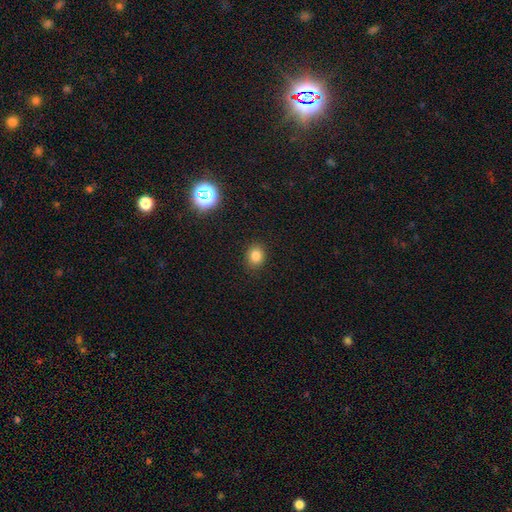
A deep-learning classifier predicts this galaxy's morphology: This is clearly a smooth galaxy (82%). How rounded: likely round (61%). Merging: clearly none (88%).